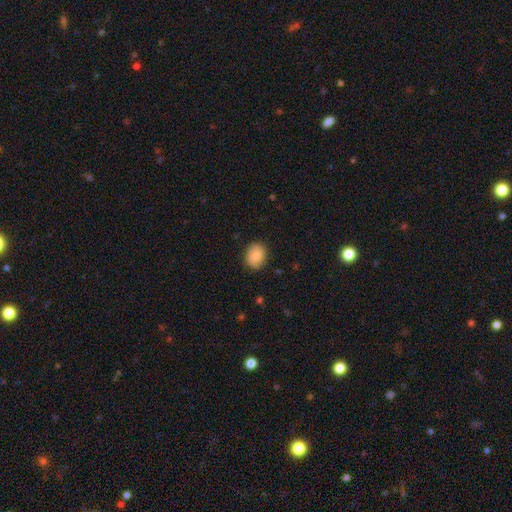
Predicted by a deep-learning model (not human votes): This is clearly a smooth galaxy (85%). How rounded: possibly round (50%). Merging: clearly none (84%).